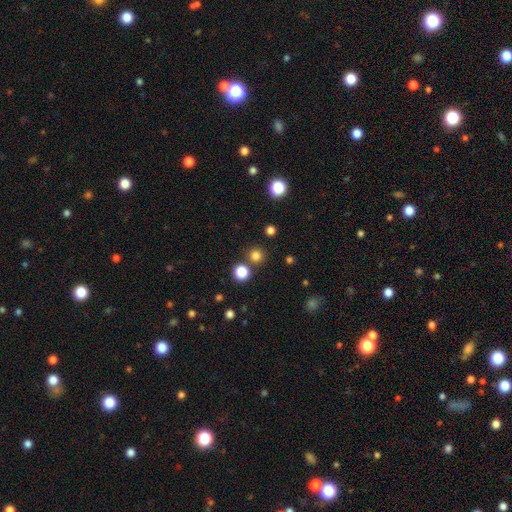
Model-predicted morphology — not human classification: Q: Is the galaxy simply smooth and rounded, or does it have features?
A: smooth — 79%.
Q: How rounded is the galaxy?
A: round — 94%.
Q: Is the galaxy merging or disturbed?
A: none — 82%.